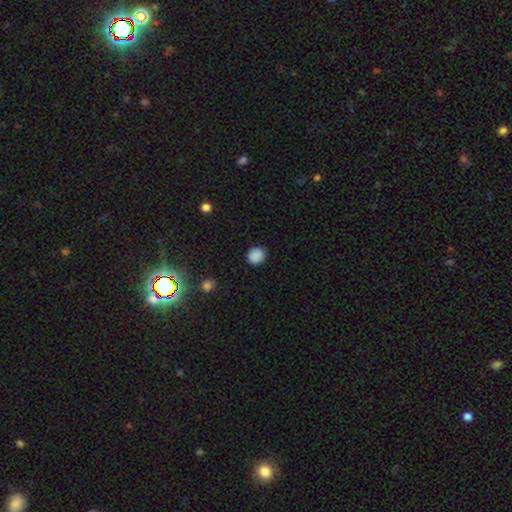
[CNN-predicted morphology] Smooth or featured? smooth (87%)
How rounded? round (80%)
Merging? none (89%)